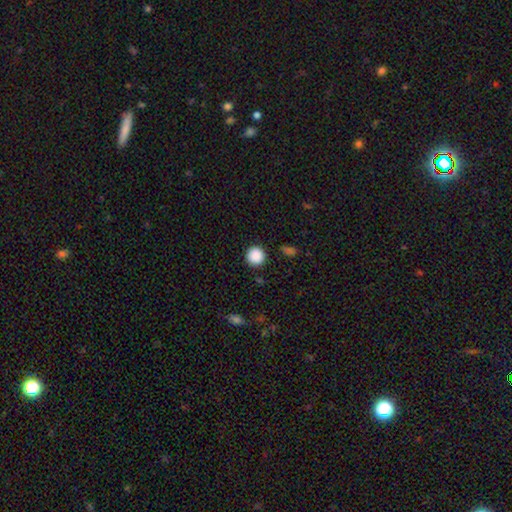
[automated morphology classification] Q: Smooth or featured?
A: smooth (89%); runner-up: star or artifact (9%)
Q: How rounded?
A: round (95%); runner-up: in between (4%)
Q: Merging?
A: none (91%); runner-up: minor disturbance (5%)